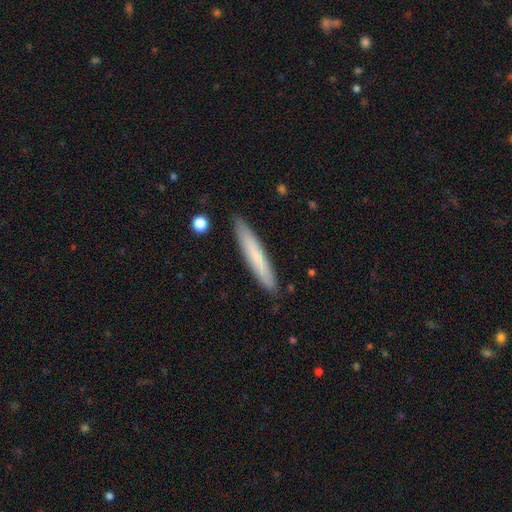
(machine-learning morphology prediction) smooth 72%, featured or disk 22%, star or artifact 6%. Down the decision tree: how rounded — cigar-shaped (94%); merging — none (89%).